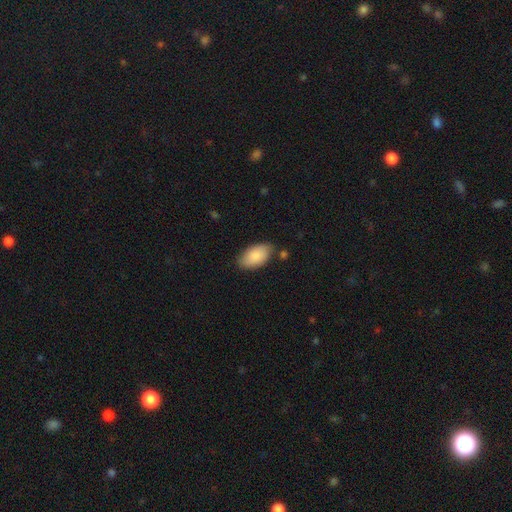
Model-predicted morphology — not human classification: A smooth galaxy with no disk features (85%) that is in between round and cigar-shaped (95%). Merging: none (74%).